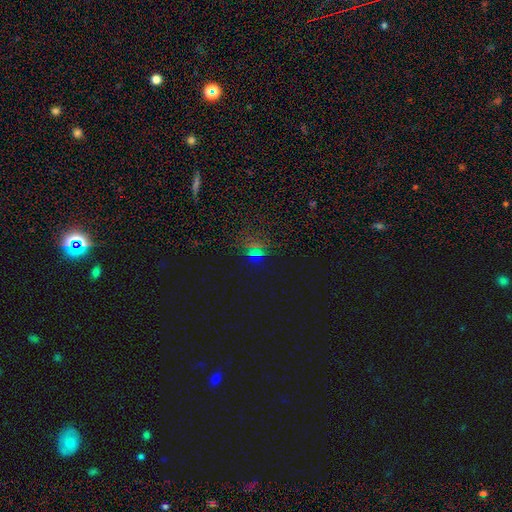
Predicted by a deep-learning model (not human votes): This is possibly a star or artifact rather than a galaxy (60%).